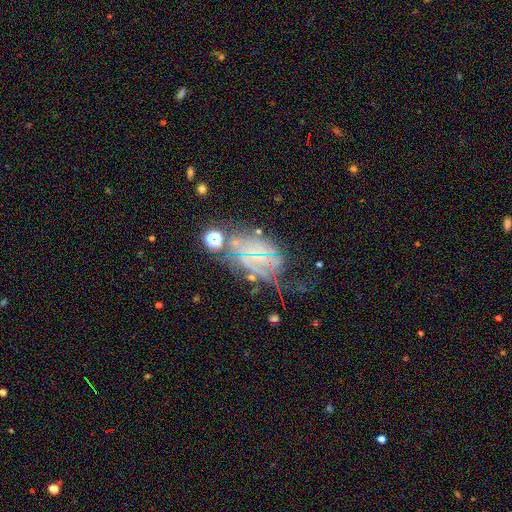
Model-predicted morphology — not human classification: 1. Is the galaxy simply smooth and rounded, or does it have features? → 45% featured or disk, 34% star or artifact, 21% smooth.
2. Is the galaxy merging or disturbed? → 46% none, 24% major disturbance, 22% minor disturbance, 9% merger.